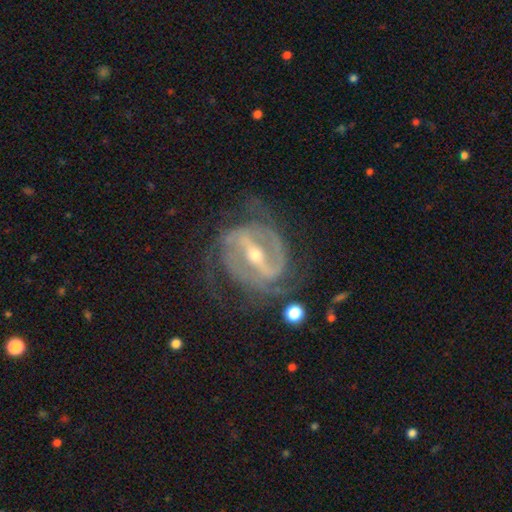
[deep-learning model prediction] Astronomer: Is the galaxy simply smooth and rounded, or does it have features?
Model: featured or disk — 92%.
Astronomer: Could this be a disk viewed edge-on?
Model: no — 95%.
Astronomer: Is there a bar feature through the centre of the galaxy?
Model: strong — 77%.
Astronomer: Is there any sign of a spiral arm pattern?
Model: yes — 96%.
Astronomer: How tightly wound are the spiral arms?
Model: tight — 44% (runner-up: medium, 43%).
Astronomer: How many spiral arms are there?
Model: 2 — 57%.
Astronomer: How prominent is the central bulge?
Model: small — 55% (runner-up: moderate, 42%).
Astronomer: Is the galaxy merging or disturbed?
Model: none — 65%.